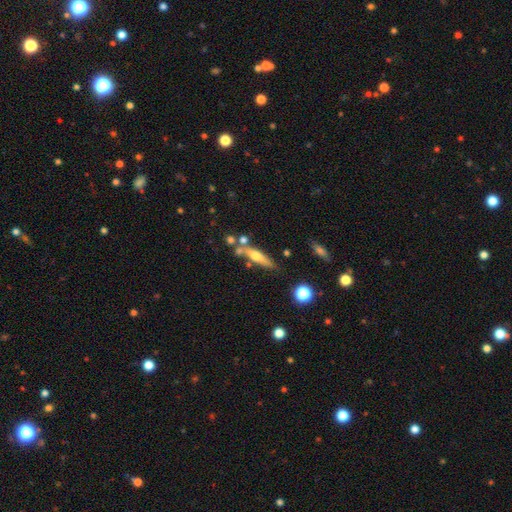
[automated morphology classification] A featured or disk galaxy (47%). Merging: none (62%).